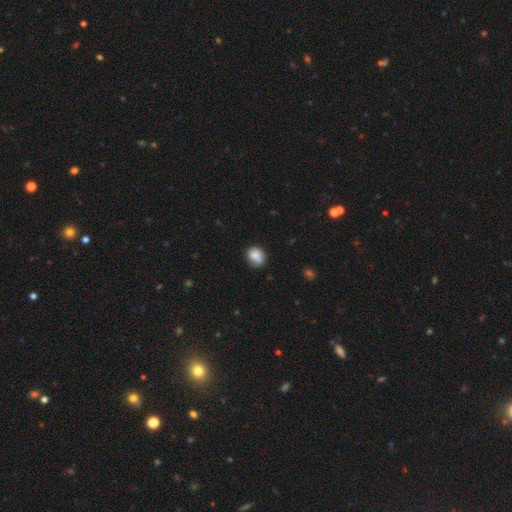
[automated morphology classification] smooth_or_featured: smooth (p=0.78) [alt: featured or disk p=0.13]
how_rounded: round (p=0.66) [alt: in between p=0.33]
merging: none (p=0.63) [alt: minor disturbance p=0.25]